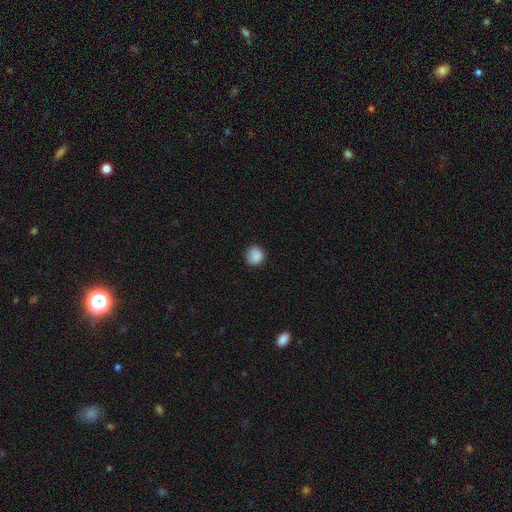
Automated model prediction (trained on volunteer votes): This is clearly a smooth galaxy (88%). How rounded: clearly round (90%). Merging: clearly none (86%).